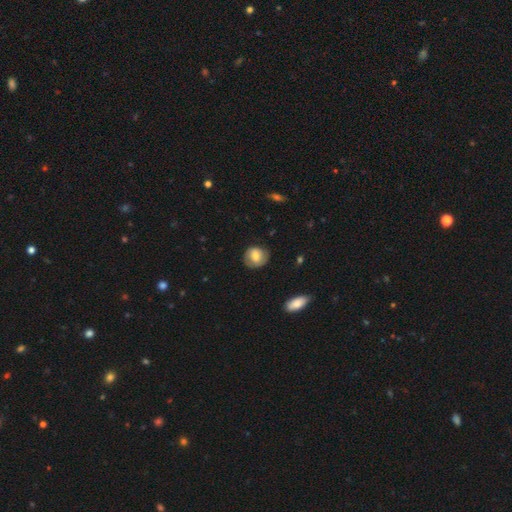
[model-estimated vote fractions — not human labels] Smooth or featured? Predicted: smooth (p=0.70). How rounded? Predicted: round (p=0.80). Merging? Predicted: none (p=0.79).